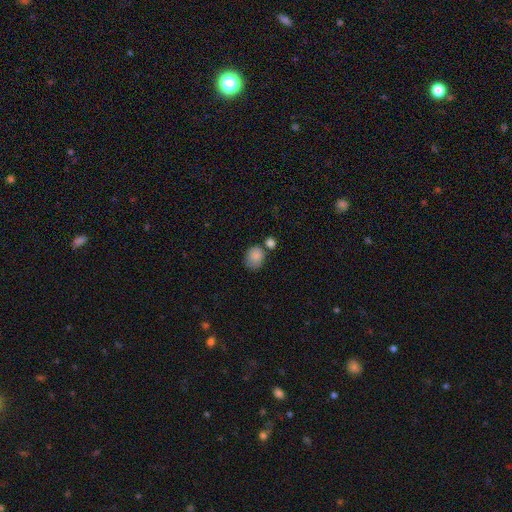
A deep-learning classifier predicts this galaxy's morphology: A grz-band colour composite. It shows a smooth galaxy with no disk features (86%) that is round (50%). Merging: none (55%).